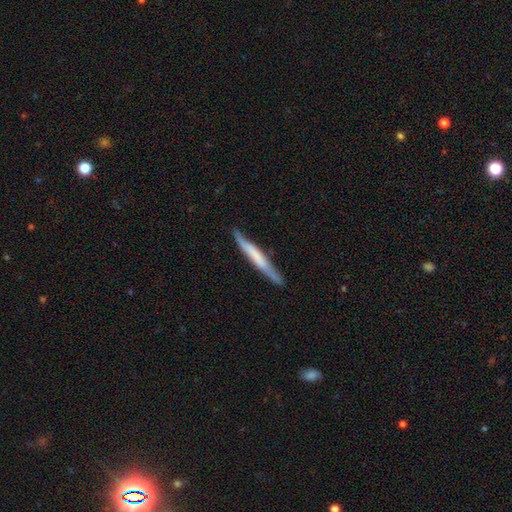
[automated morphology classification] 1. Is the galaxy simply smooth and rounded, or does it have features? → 48% featured or disk, 47% smooth, 5% star or artifact.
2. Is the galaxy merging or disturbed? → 81% none, 15% minor disturbance, 3% major disturbance, 2% merger.